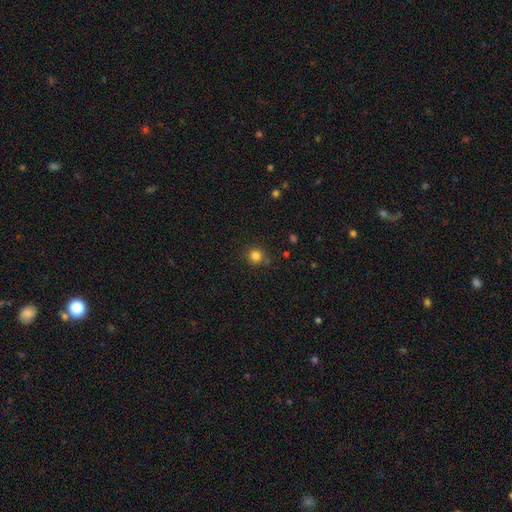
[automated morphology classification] Smooth or featured? smooth (82%)
How rounded? round (94%)
Merging? none (84%)